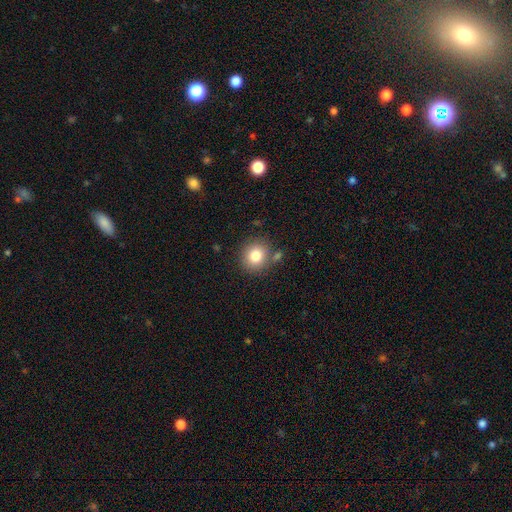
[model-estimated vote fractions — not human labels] The model was most divided on "merging": none: 78%, minor disturbance: 11%, merger: 8%, major disturbance: 4%. More confident: how rounded — round (85%); smooth or featured — smooth (82%).